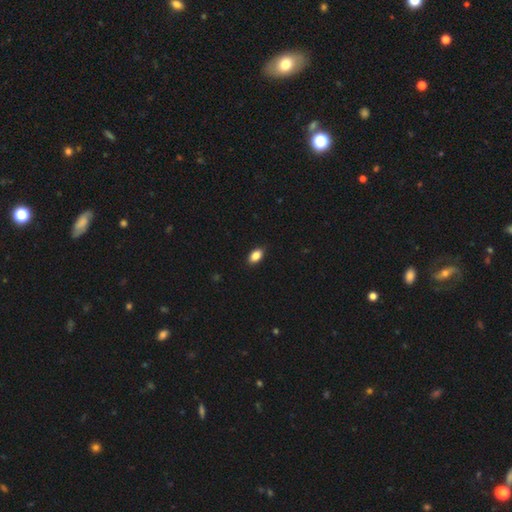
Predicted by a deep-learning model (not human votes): A smooth galaxy with no disk features (87%) that is in between round and cigar-shaped (89%). Merging: none (88%).